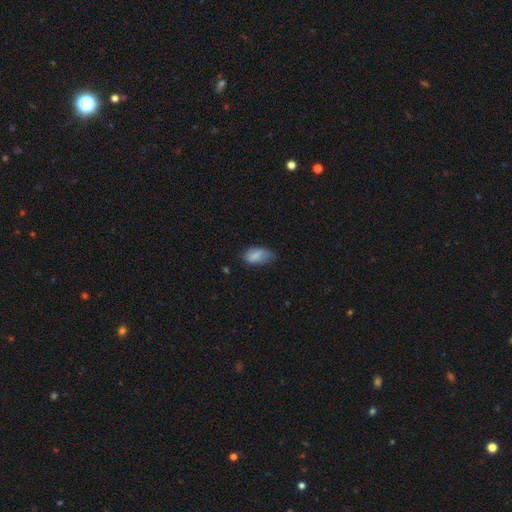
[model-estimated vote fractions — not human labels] Q: Smooth or featured?
A: smooth (79%); runner-up: featured or disk (13%)
Q: How rounded?
A: in between (91%); runner-up: cigar-shaped (5%)
Q: Merging?
A: none (52%); runner-up: minor disturbance (36%)